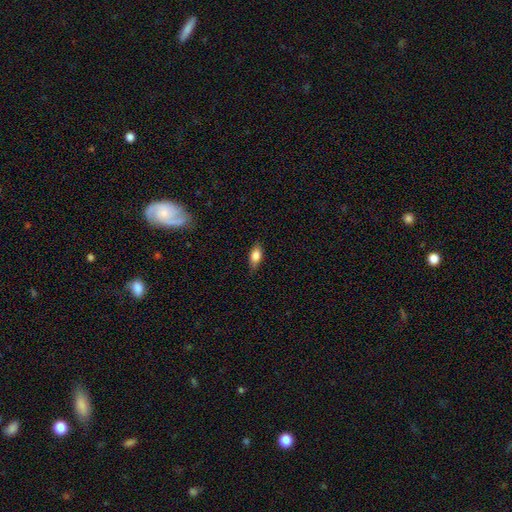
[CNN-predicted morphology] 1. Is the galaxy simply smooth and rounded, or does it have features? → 77% smooth, 16% featured or disk, 8% star or artifact.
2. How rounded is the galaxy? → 82% in between, 12% cigar-shaped, 7% round.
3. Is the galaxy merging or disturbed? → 78% none, 18% minor disturbance, 3% major disturbance, 1% merger.